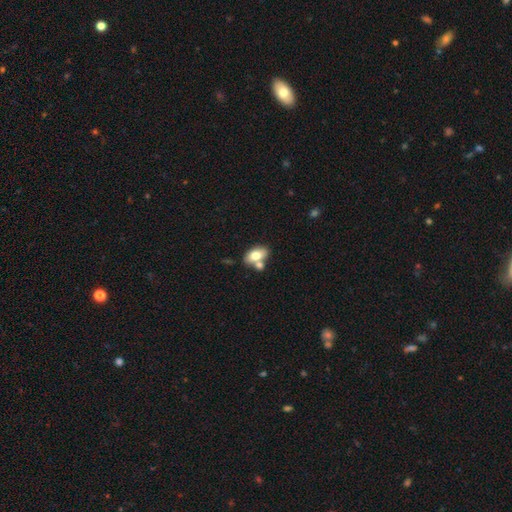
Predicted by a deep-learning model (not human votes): A smooth galaxy with no disk features (73%) that is in between round and cigar-shaped (89%).

Vote fractions:
- Smooth or featured? smooth: 73% / featured or disk: 19% / star or artifact: 7%
- How rounded? in between: 89% / round: 9% / cigar-shaped: 2%
- Merging? none: 50% / merger: 34% / minor disturbance: 12% / major disturbance: 4%